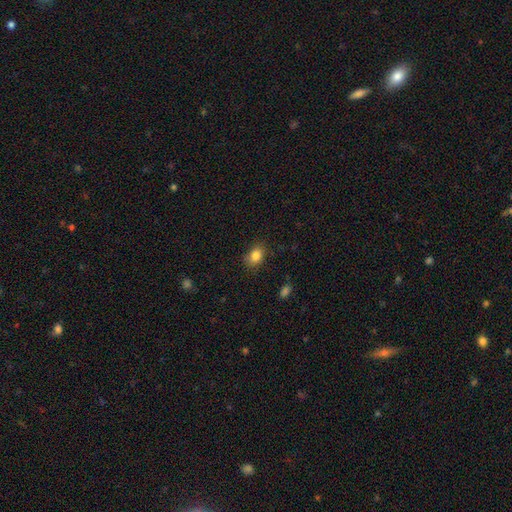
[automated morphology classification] A smooth galaxy with no disk features (84%) that is in between round and cigar-shaped (68%). Merging: none (80%).